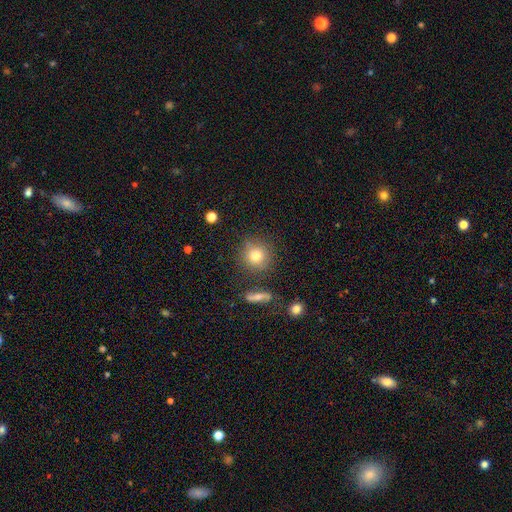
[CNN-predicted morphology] Q: Smooth or featured?
A: smooth (77%); runner-up: star or artifact (12%)
Q: How rounded?
A: round (91%); runner-up: in between (8%)
Q: Merging?
A: none (82%); runner-up: minor disturbance (11%)